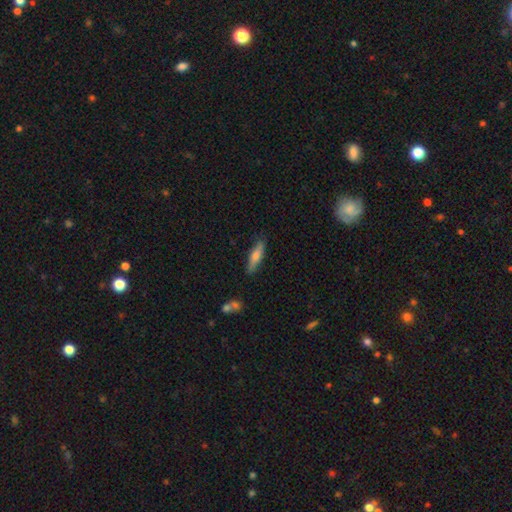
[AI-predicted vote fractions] A smooth galaxy with no disk features (64%) that is cigar-shaped (75%).

Vote fractions:
- Smooth or featured? smooth: 64% / featured or disk: 30% / star or artifact: 6%
- How rounded? cigar-shaped: 75% / in between: 23% / round: 2%
- Merging? none: 85% / minor disturbance: 11% / major disturbance: 2% / merger: 2%